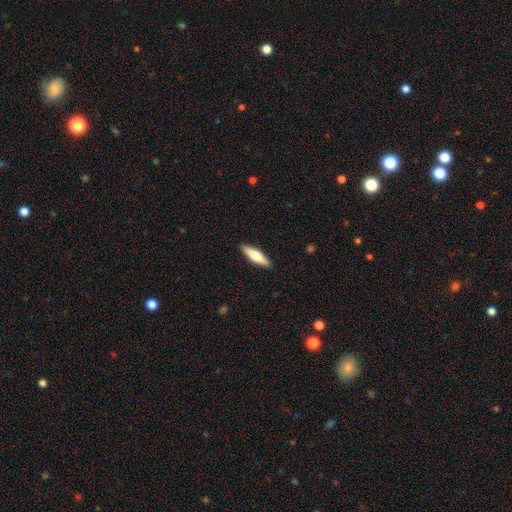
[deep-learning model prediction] A smooth galaxy with no disk features (62%) that is cigar-shaped (56%). Merging: none (90%).